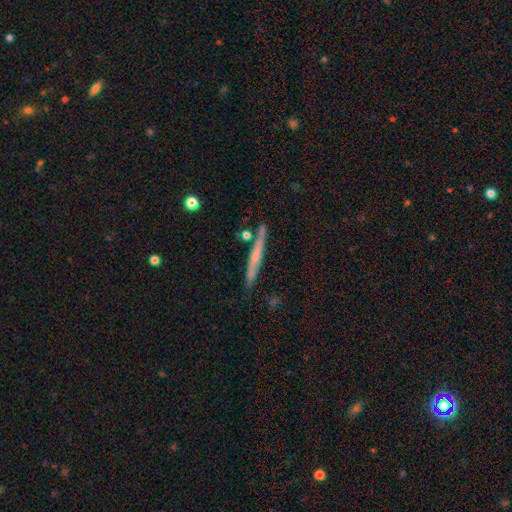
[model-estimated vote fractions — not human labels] This is possibly a featured or disk galaxy (51%). It is clearly viewed edge-on (95%). Merging: clearly none (83%).